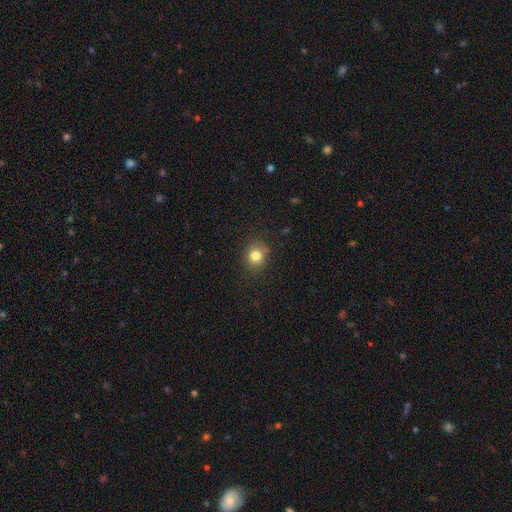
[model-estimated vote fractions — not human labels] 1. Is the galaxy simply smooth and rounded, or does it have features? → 81% smooth, 12% star or artifact, 7% featured or disk.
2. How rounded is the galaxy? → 78% round, 21% in between, 1% cigar-shaped.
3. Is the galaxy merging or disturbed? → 83% none, 12% minor disturbance, 3% major disturbance, 2% merger.